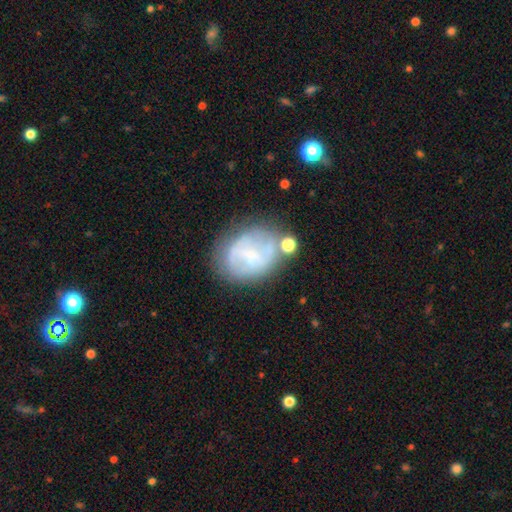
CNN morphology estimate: Smooth or featured: featured or disk — 53% (smooth — 37%)
Edge-on disk: no — 96% (yes — 4%)
Bar: weak — 42% (no — 37%)
Spiral arms: yes — 60% (no — 40%)
Bulge size: small — 46% (none — 33%)
Merging: none — 59% (minor disturbance — 22%)